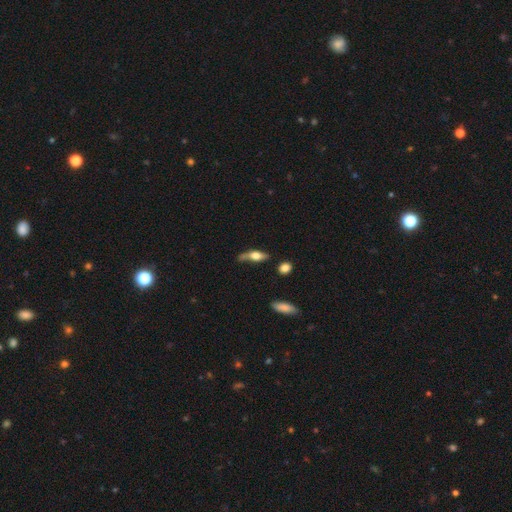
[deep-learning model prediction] Smooth or featured? Predicted: smooth (p=0.54). How rounded? Predicted: in between (p=0.53). Merging? Predicted: none (p=0.48).